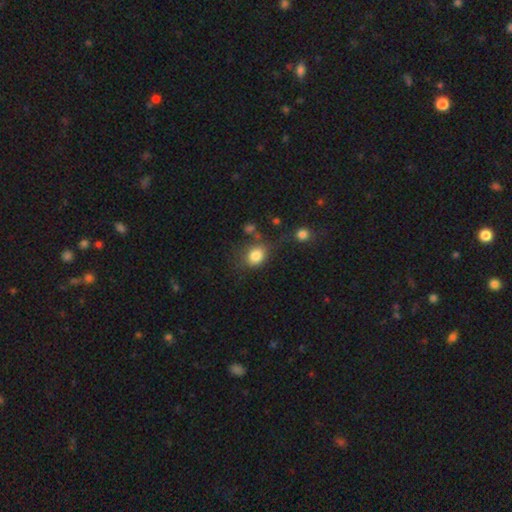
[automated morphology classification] A smooth galaxy with no disk features (83%) that is round (56%).

Vote fractions:
- Smooth or featured? smooth: 83% / star or artifact: 10% / featured or disk: 7%
- How rounded? round: 56% / in between: 43% / cigar-shaped: 1%
- Merging? none: 60% / minor disturbance: 20% / merger: 10% / major disturbance: 10%